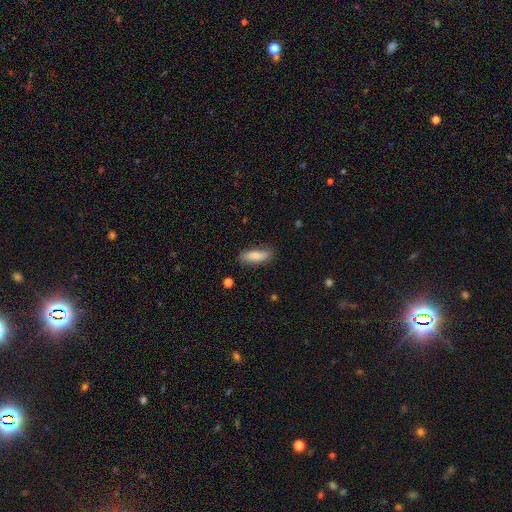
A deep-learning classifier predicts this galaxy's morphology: A smooth galaxy with no disk features (77%) that is in between round and cigar-shaped (58%).

Vote fractions:
- Smooth or featured? smooth: 77% / featured or disk: 16% / star or artifact: 6%
- How rounded? in between: 58% / cigar-shaped: 40% / round: 2%
- Merging? none: 82% / minor disturbance: 14% / major disturbance: 3% / merger: 1%